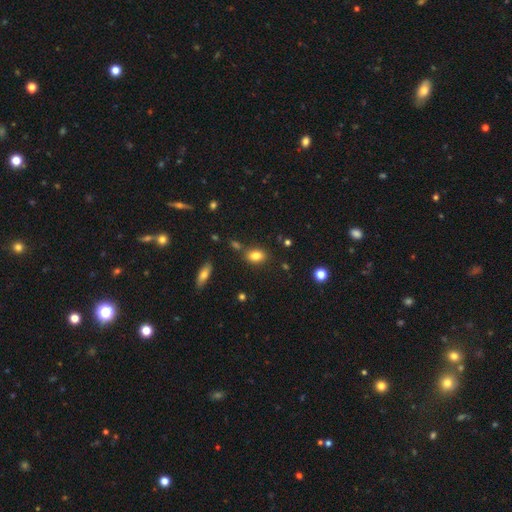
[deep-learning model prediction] Smooth or featured? Predicted: smooth (p=0.81). How rounded? Predicted: in between (p=0.76). Merging? Predicted: none (p=0.77).